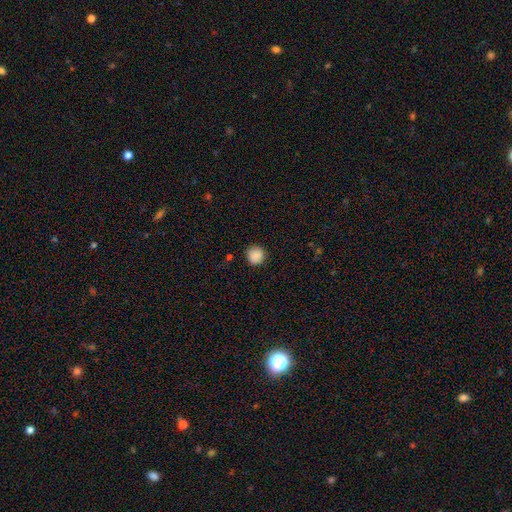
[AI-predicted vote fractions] smooth-or-featured: smooth: 88% | star or artifact: 9% | featured or disk: 3%
  how-rounded: round: 94% | in between: 5% | cigar-shaped: 1%
  merging: none: 88% | minor disturbance: 8% | major disturbance: 2% | merger: 1%